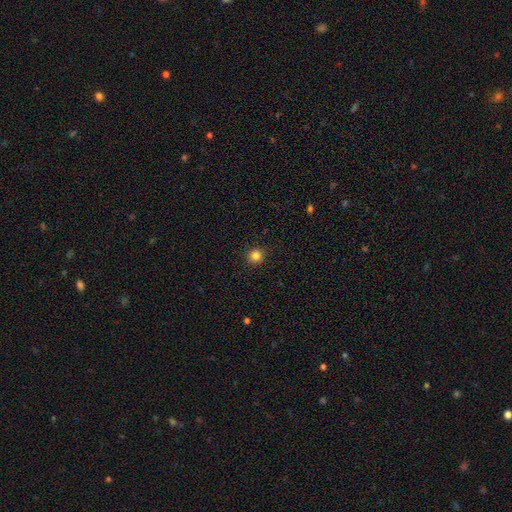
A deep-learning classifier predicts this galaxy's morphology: Smooth or featured: smooth — 83% (star or artifact — 12%)
How rounded: round — 94% (in between — 5%)
Merging: none — 91% (minor disturbance — 6%)